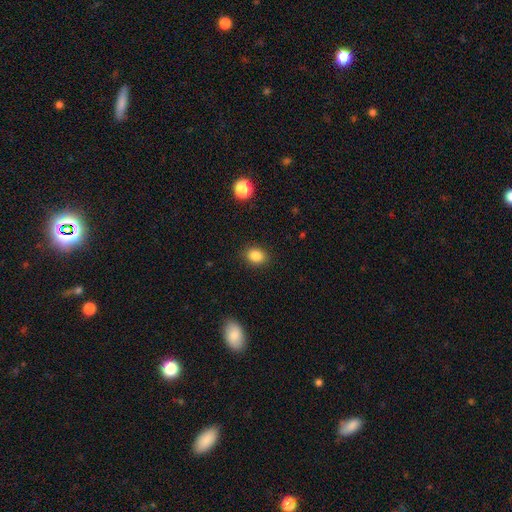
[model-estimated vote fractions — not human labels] Overall: smooth (85%). How rounded: in between (55%; round 44%). Merging: none (88%).